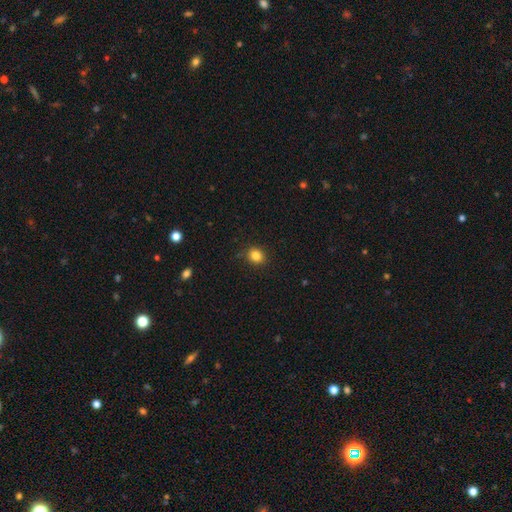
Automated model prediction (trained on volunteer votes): smooth_or_featured: smooth (p=0.84) [alt: star or artifact p=0.12]
how_rounded: round (p=0.75) [alt: in between p=0.24]
merging: none (p=0.88) [alt: minor disturbance p=0.09]